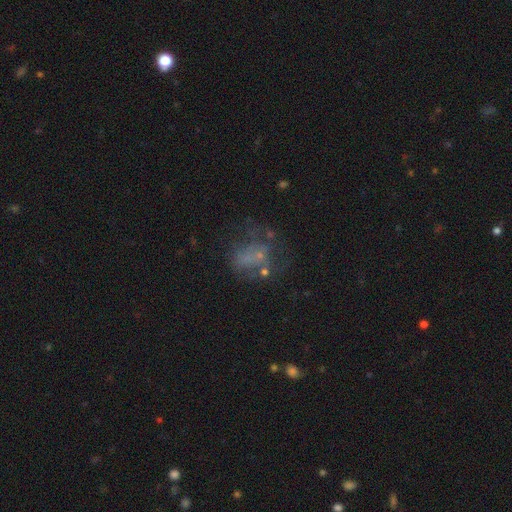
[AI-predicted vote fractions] featured or disk 40%, smooth 35%, star or artifact 25%. Down the decision tree: merging — none (42%).